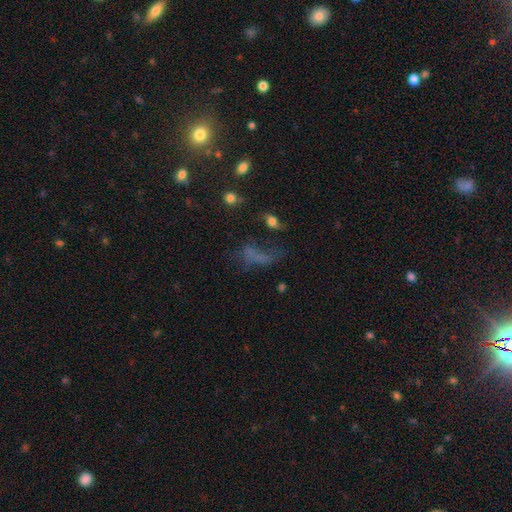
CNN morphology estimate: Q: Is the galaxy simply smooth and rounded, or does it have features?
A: smooth — 43%.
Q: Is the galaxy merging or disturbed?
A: major disturbance — 36%.